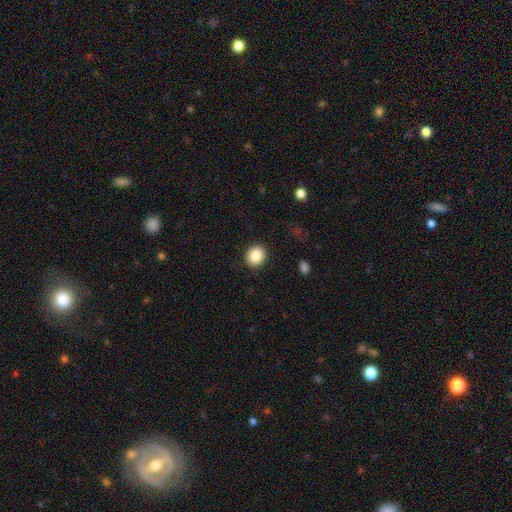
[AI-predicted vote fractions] This appears to be a smooth galaxy with no disk features (87%) that is round (79%). Merging: none (91%).